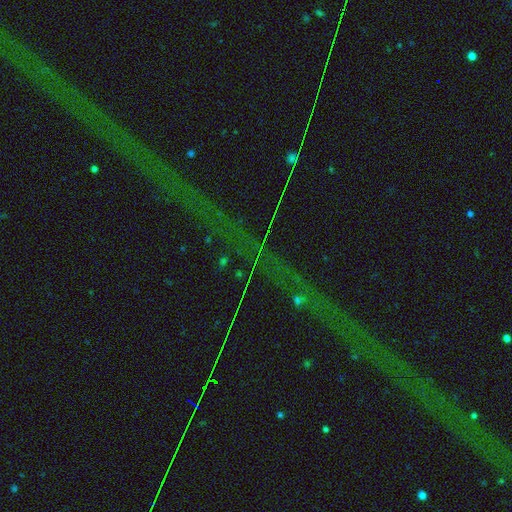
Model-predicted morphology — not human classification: A star or artifact, not a galaxy (80%).